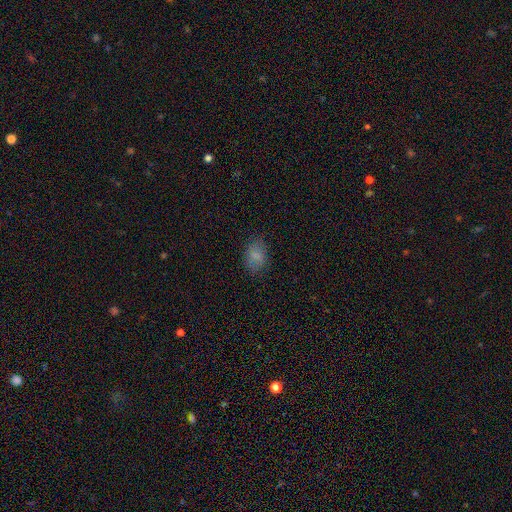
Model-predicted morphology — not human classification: Q: Smooth or featured?
A: smooth (82%); runner-up: star or artifact (10%)
Q: How rounded?
A: in between (81%); runner-up: round (17%)
Q: Merging?
A: none (78%); runner-up: minor disturbance (16%)